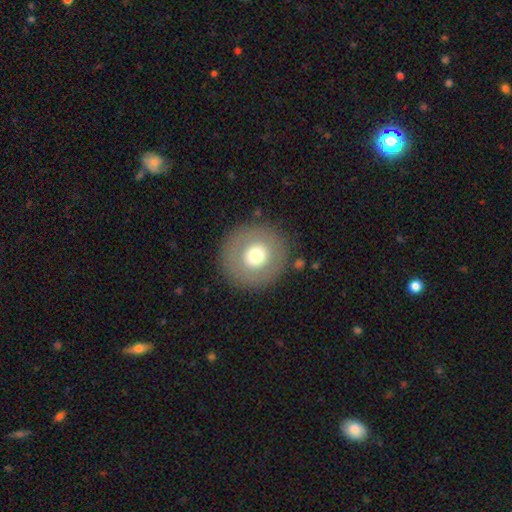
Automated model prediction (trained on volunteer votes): Smooth or featured: smooth — 65% (featured or disk — 26%)
How rounded: round — 96% (in between — 3%)
Merging: none — 88% (minor disturbance — 7%)